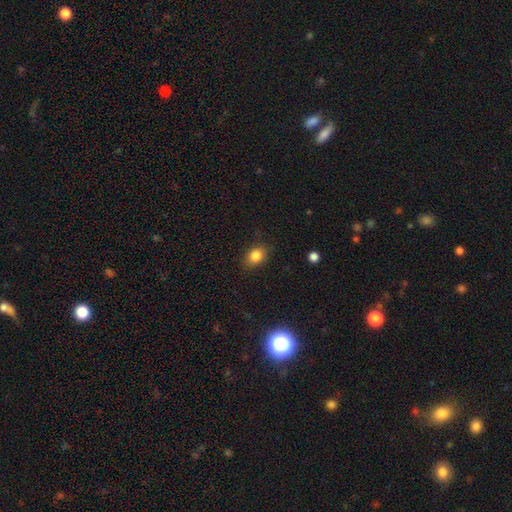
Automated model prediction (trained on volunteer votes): Overall: smooth (84%). How rounded: in between (64%; round 35%). Merging: none (81%).